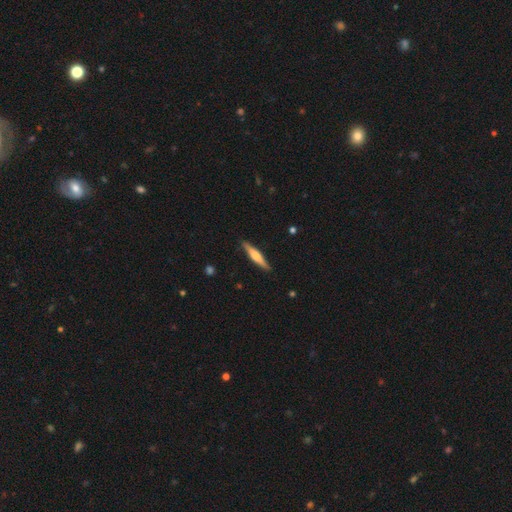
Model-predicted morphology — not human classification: smooth_or_featured: featured or disk (p=0.53) [alt: smooth p=0.41]
disk_edge_on: yes (p=0.97) [alt: no p=0.03]
edge_on_bulge: rounded (p=0.77) [alt: boxy p=0.15]
merging: none (p=0.89) [alt: minor disturbance p=0.08]